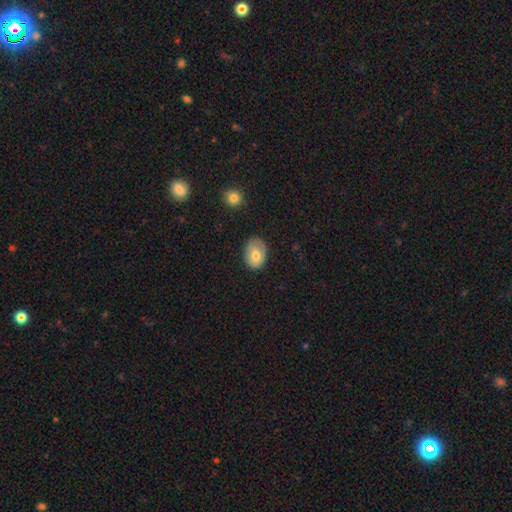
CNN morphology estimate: The model was most divided on "how rounded": in between: 70%, round: 29%, cigar-shaped: 1%. More confident: merging — none (75%); smooth or featured — smooth (71%).